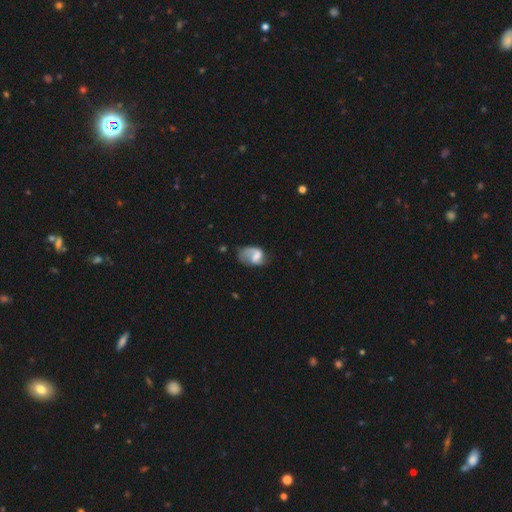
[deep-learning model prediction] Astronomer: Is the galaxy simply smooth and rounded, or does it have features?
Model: featured or disk — 49% (runner-up: smooth, 43%).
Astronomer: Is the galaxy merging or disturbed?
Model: major disturbance — 34%, tied with none at 34%.